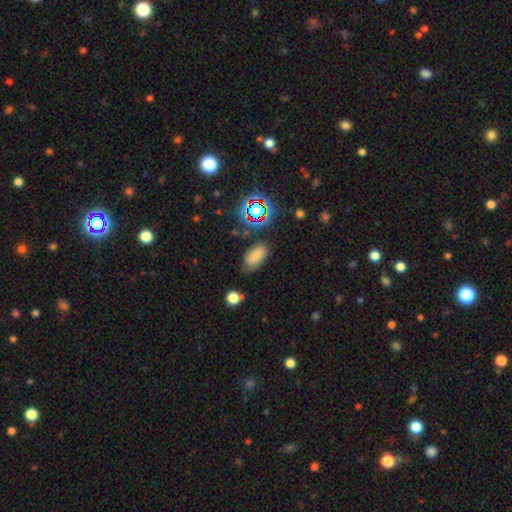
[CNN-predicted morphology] Smooth or featured?
  - smooth: 71% *
  - star or artifact: 17%
  - featured or disk: 12%
How rounded?
  - in between: 91% *
  - round: 6%
  - cigar-shaped: 3%
Merging?
  - none: 71% *
  - minor disturbance: 20%
  - major disturbance: 6%
  - merger: 3%